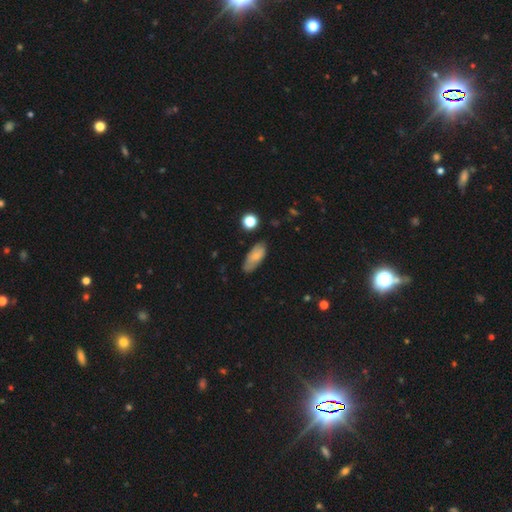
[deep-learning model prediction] A smooth galaxy with no disk features (74%) that is in between round and cigar-shaped (84%).

Vote fractions:
- Smooth or featured? smooth: 74% / featured or disk: 19% / star or artifact: 7%
- How rounded? in between: 84% / cigar-shaped: 13% / round: 3%
- Merging? none: 75% / minor disturbance: 19% / major disturbance: 4% / merger: 2%